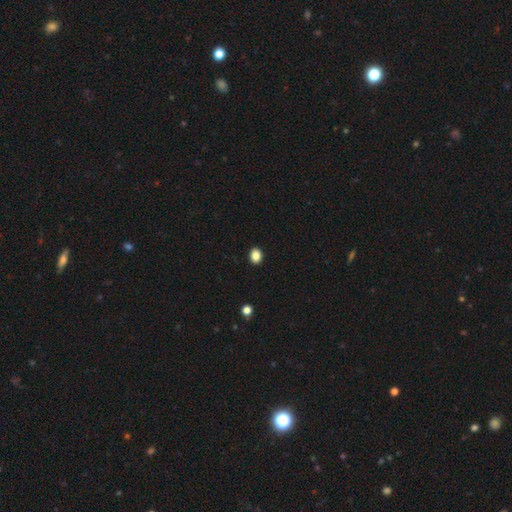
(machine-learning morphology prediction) A smooth galaxy with no disk features (87%) that is in between round and cigar-shaped (60%). Merging: none (91%).